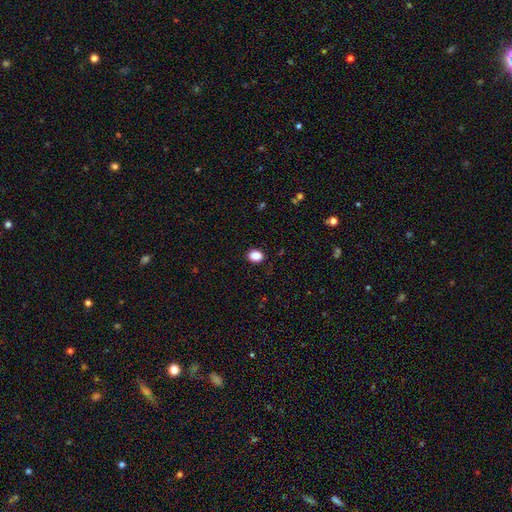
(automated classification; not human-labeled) smooth_or_featured: smooth (p=0.86) [alt: star or artifact p=0.10]
how_rounded: in between (p=0.55) [alt: round p=0.44]
merging: none (p=0.89) [alt: minor disturbance p=0.08]